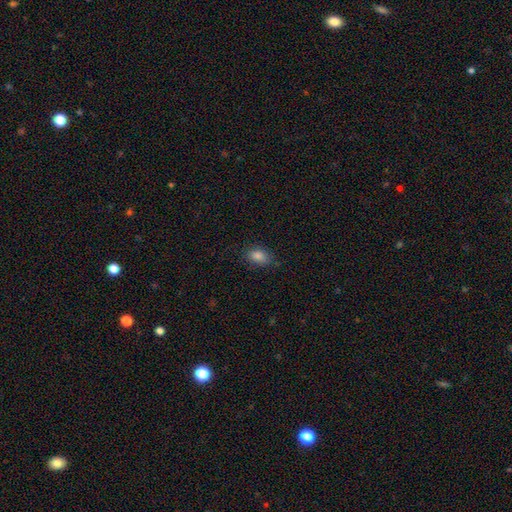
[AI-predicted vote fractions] smooth_or_featured: smooth (p=0.83) [alt: star or artifact p=0.12]
how_rounded: in between (p=0.81) [alt: round p=0.17]
merging: none (p=0.82) [alt: minor disturbance p=0.13]